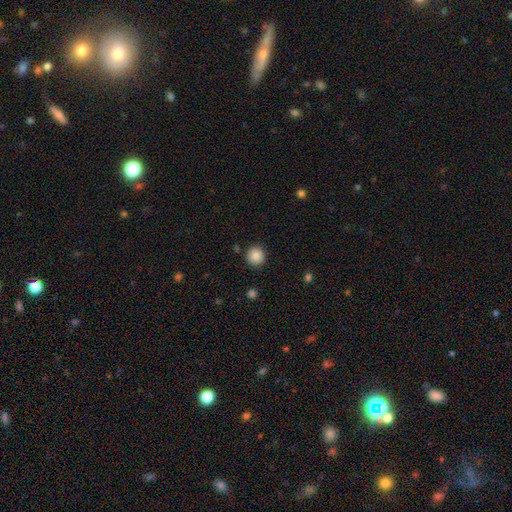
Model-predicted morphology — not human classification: The model was most divided on "smooth or featured": smooth: 87%, star or artifact: 9%, featured or disk: 4%. More confident: how rounded — round (94%); merging — none (90%).